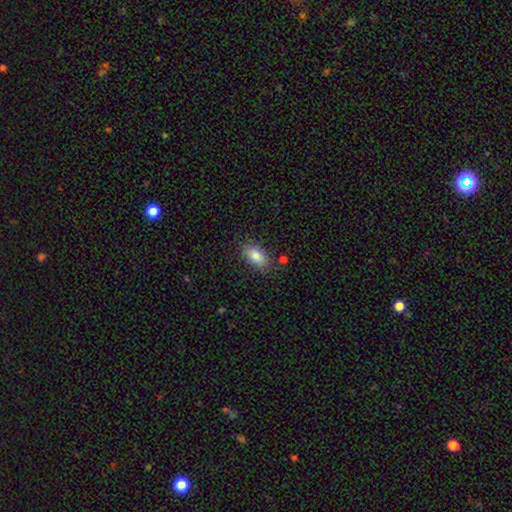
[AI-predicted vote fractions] smooth 84%, featured or disk 8%, star or artifact 8%. Down the decision tree: how rounded — in between (90%); merging — none (82%).